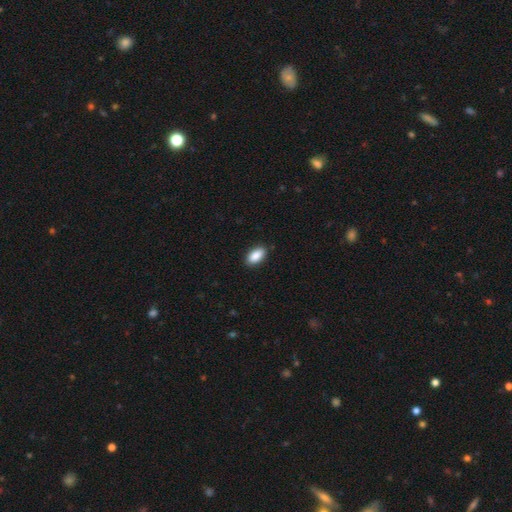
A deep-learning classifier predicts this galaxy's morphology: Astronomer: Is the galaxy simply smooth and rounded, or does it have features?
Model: smooth — 89%.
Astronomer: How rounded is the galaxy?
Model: in between — 93%.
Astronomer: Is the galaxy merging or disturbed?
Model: none — 89%.